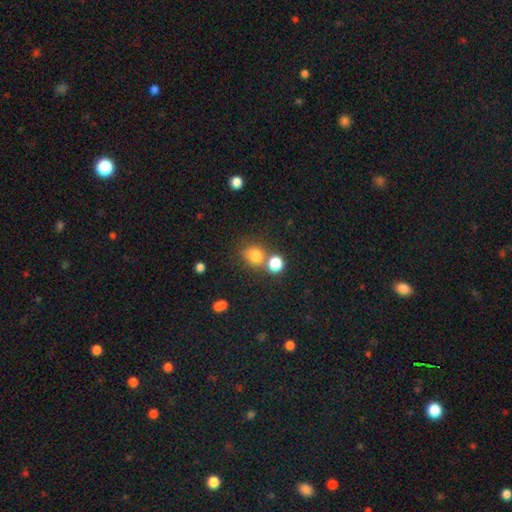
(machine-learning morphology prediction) Smooth or featured? smooth (79%)
How rounded? round (78%)
Merging? none (59%)